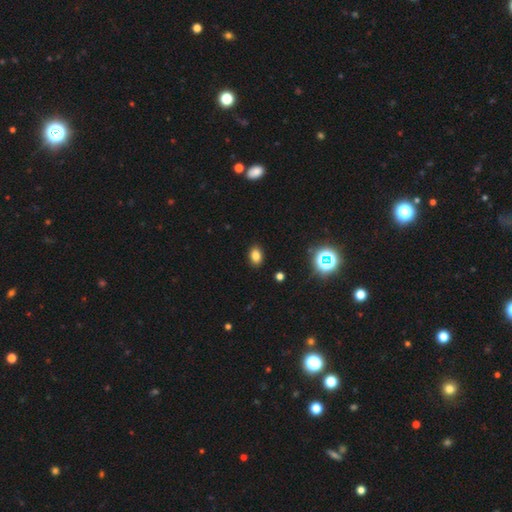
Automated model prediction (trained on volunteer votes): This is likely a smooth galaxy (79%). How rounded: likely in between (78%). Merging: clearly none (89%).